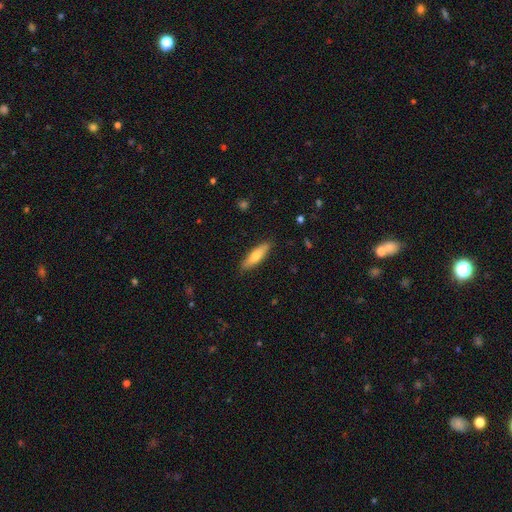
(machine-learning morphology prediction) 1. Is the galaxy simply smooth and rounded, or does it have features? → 72% smooth, 22% featured or disk, 6% star or artifact.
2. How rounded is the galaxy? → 58% cigar-shaped, 40% in between, 2% round.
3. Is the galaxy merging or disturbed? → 86% none, 11% minor disturbance, 2% major disturbance, 1% merger.